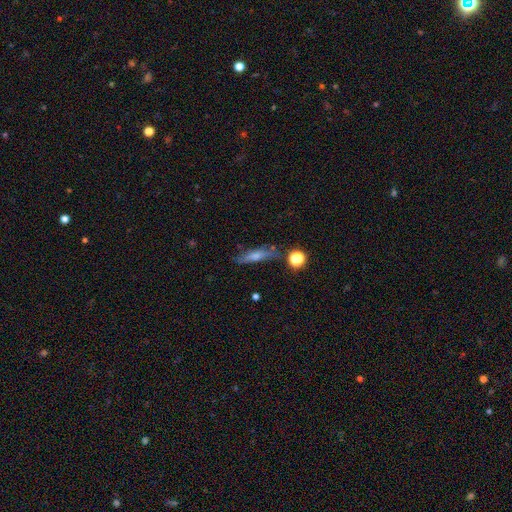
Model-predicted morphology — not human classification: Smooth or featured? smooth (58%)
How rounded? cigar-shaped (71%)
Merging? none (67%)